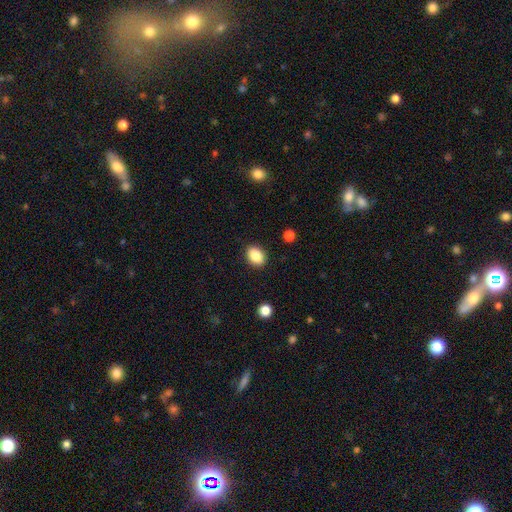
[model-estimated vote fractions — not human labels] Overall: smooth (87%). How rounded: in between (73%). Merging: none (89%).